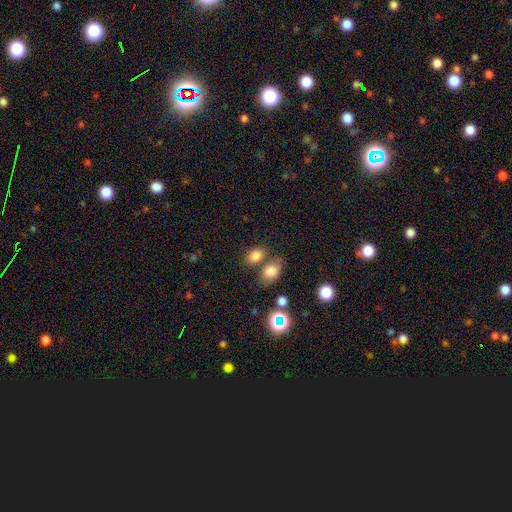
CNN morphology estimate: This is likely a smooth galaxy (80%). How rounded: likely in between (73%). Merging: possibly none (55%).